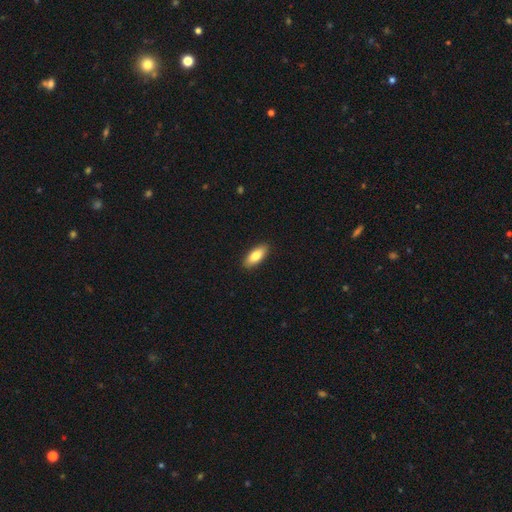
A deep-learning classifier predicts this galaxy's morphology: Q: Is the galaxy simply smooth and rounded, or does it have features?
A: smooth — 81%.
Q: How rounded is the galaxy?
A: in between — 81%.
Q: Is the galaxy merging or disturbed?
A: none — 90%.